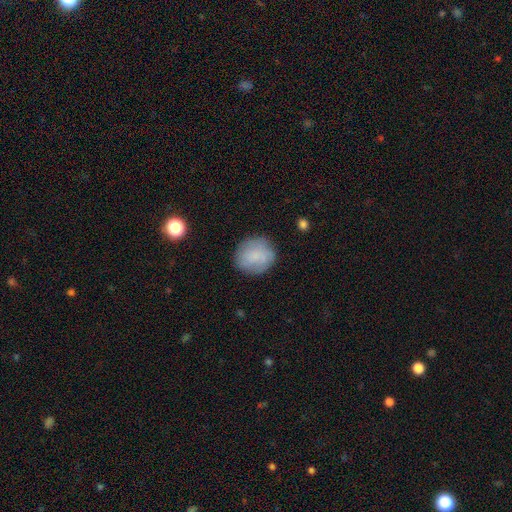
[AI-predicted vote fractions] smooth_or_featured: smooth (p=0.77) [alt: featured or disk p=0.16]
how_rounded: round (p=0.81) [alt: in between p=0.18]
merging: none (p=0.81) [alt: minor disturbance p=0.14]